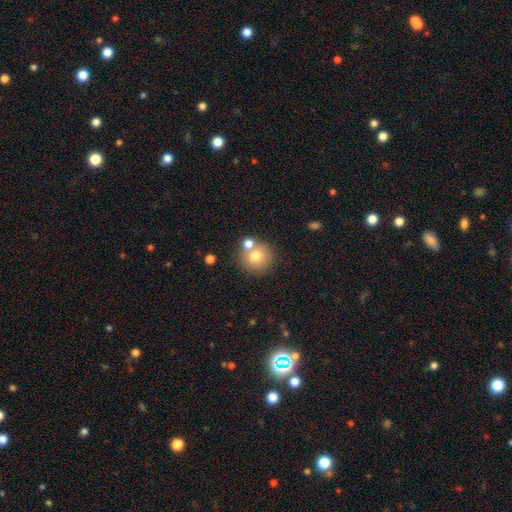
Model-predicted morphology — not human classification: Smooth or featured?
  - smooth: 74% *
  - featured or disk: 15%
  - star or artifact: 12%
How rounded?
  - round: 92% *
  - in between: 7%
  - cigar-shaped: 1%
Merging?
  - none: 66% *
  - merger: 22%
  - minor disturbance: 8%
  - major disturbance: 3%